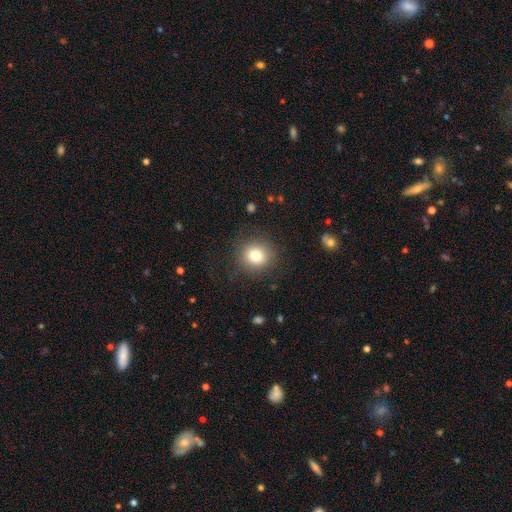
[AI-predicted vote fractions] smooth-or-featured: smooth: 81% | star or artifact: 11% | featured or disk: 8%
  how-rounded: round: 86% | in between: 13% | cigar-shaped: 1%
  merging: none: 86% | minor disturbance: 9% | major disturbance: 4% | merger: 1%